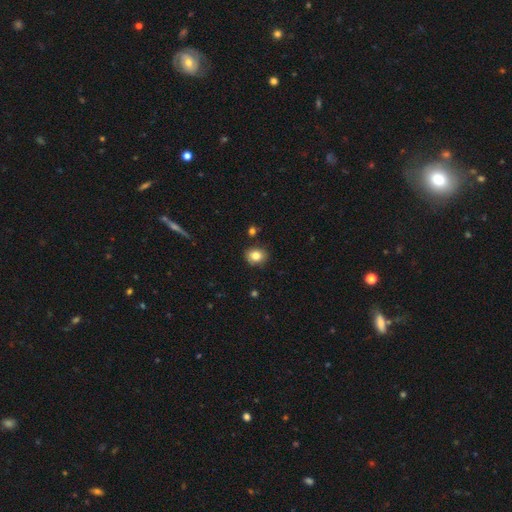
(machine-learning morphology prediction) A smooth galaxy with no disk features (82%) that is round (62%).

Vote fractions:
- Smooth or featured? smooth: 82% / star or artifact: 10% / featured or disk: 7%
- How rounded? round: 62% / in between: 37% / cigar-shaped: 1%
- Merging? none: 87% / minor disturbance: 9% / merger: 2% / major disturbance: 2%